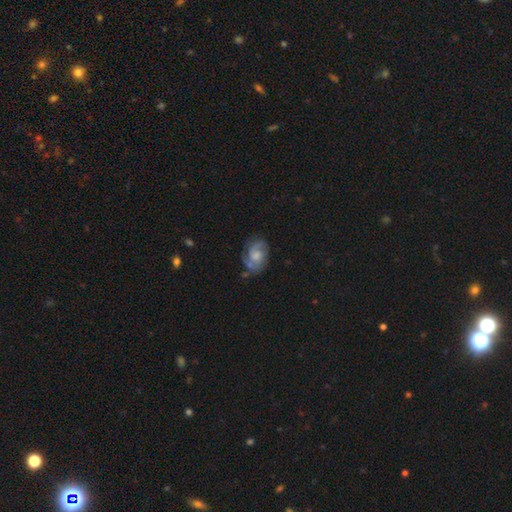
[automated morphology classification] smooth-or-featured: featured or disk: 71% | smooth: 23% | star or artifact: 7%
  disk-edge-on: no: 97% | yes: 3%
    bar: no: 67% | weak: 29% | strong: 4%
    has-spiral-arms: yes: 91% | no: 9%
      spiral-winding: tight: 44% | medium: 42% | loose: 14%
      spiral-arm-count: 2: 60% | can't tell: 17% | 3: 12% | 1: 6% | 4: 3% | more than 4: 2%
    bulge-size: moderate: 44% | small: 29% | large: 13% | none: 13% | dominant: 2%
  merging: none: 63% | minor disturbance: 22% | major disturbance: 10% | merger: 4%